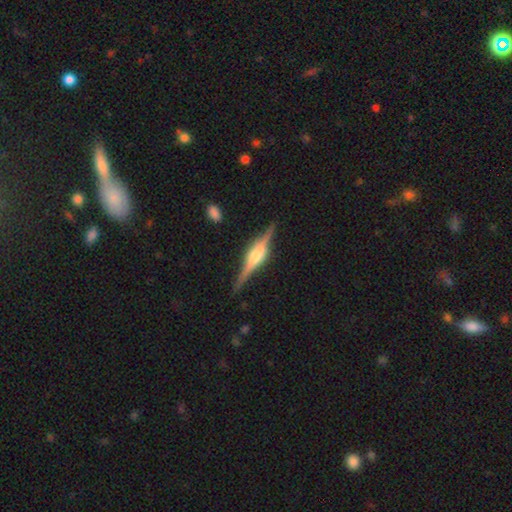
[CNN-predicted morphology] Smooth or featured? featured or disk (83%)
Edge-on disk? yes (98%)
Edge-on bulge? rounded (75%)
Merging? none (87%)